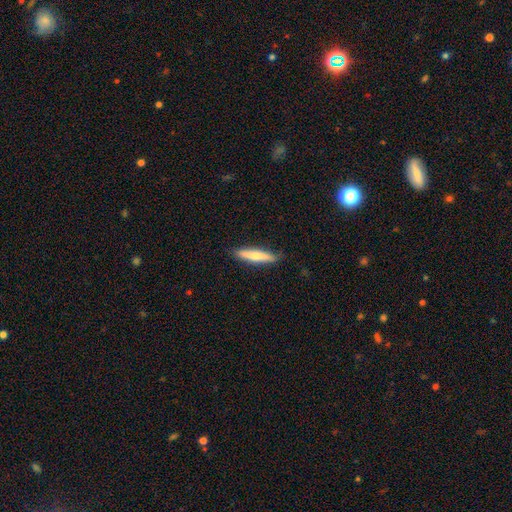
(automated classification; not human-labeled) Smooth or featured?
  - smooth: 67% *
  - featured or disk: 27%
  - star or artifact: 5%
How rounded?
  - cigar-shaped: 89% *
  - in between: 10%
  - round: 1%
Merging?
  - none: 88% *
  - minor disturbance: 10%
  - major disturbance: 2%
  - merger: 1%